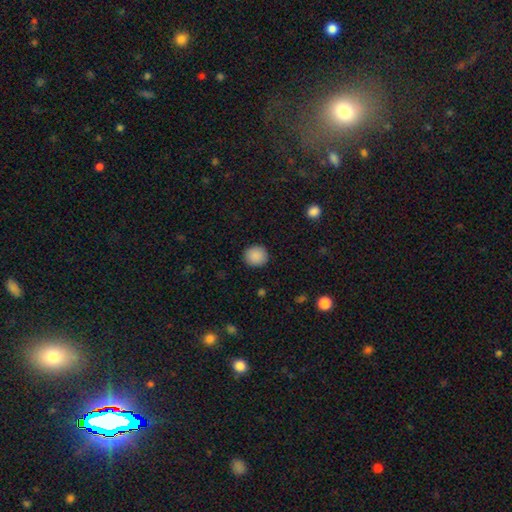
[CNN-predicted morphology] type=smooth (89%); roundness=round (86%); merging=none (91%).